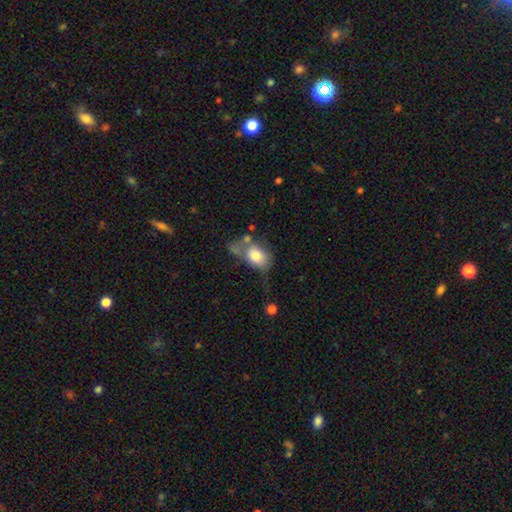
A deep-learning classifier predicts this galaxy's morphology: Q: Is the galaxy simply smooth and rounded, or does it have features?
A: smooth — 72%.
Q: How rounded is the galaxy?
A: in between — 74%.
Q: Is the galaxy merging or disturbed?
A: major disturbance — 28%.